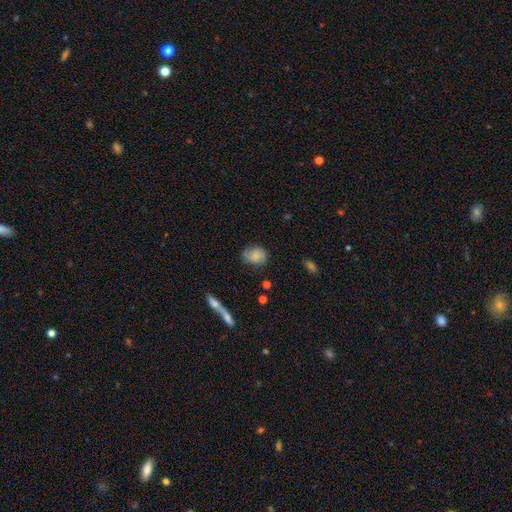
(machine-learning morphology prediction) This is likely a smooth galaxy (62%). How rounded: possibly in between (52%). Merging: likely none (70%).